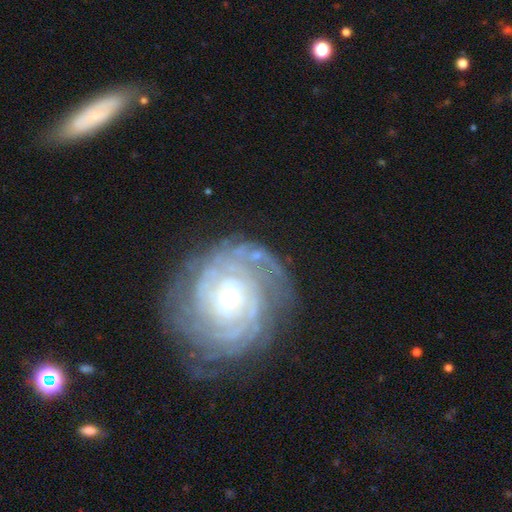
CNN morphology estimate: The model was most divided on "bulge size": small: 54%, moderate: 41%, large: 3%, none: 1%, dominant: 1%. Remaining: edge-on disk — no (97%); spiral arms — yes (92%); smooth or featured — featured or disk (84%); spiral winding — tight (78%); merging — none (69%); bar — no (68%); spiral arm count — can't tell (40%).